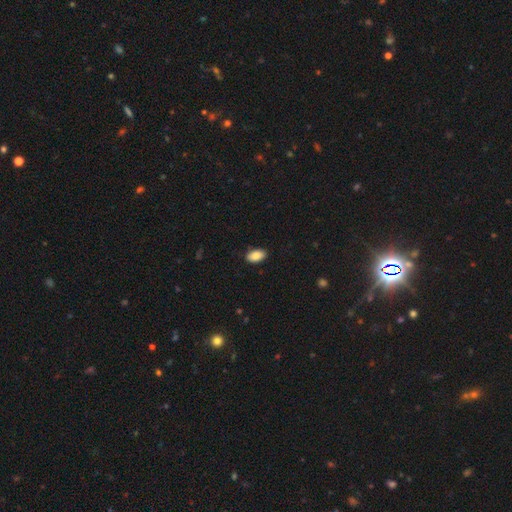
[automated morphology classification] Smooth or featured? Predicted: smooth (p=0.87). How rounded? Predicted: in between (p=0.94). Merging? Predicted: none (p=0.86).